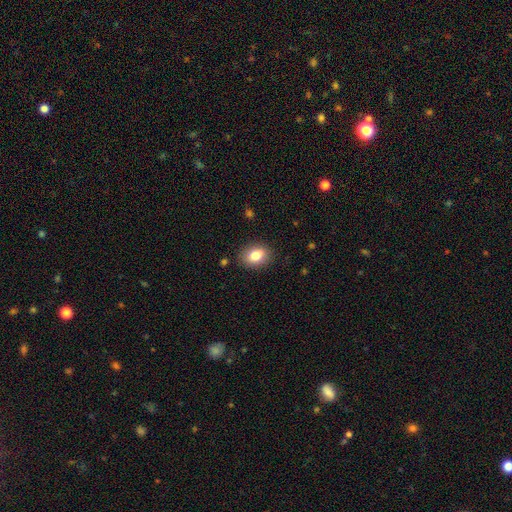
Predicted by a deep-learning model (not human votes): A smooth galaxy with no disk features (81%) that is in between round and cigar-shaped (71%). Merging: none (84%).